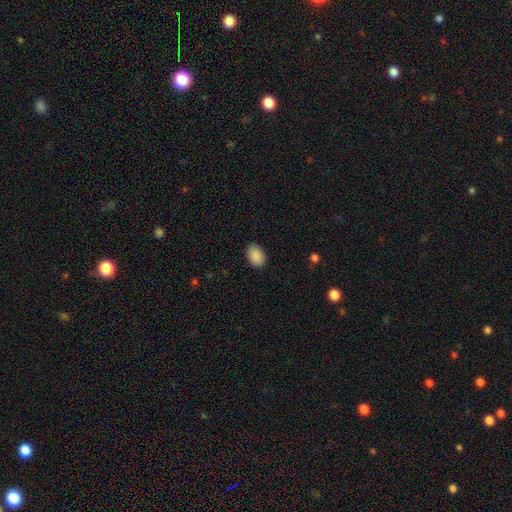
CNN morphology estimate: smooth_or_featured: smooth (p=0.90) [alt: star or artifact p=0.07]
how_rounded: in between (p=0.85) [alt: round p=0.14]
merging: none (p=0.88) [alt: minor disturbance p=0.09]